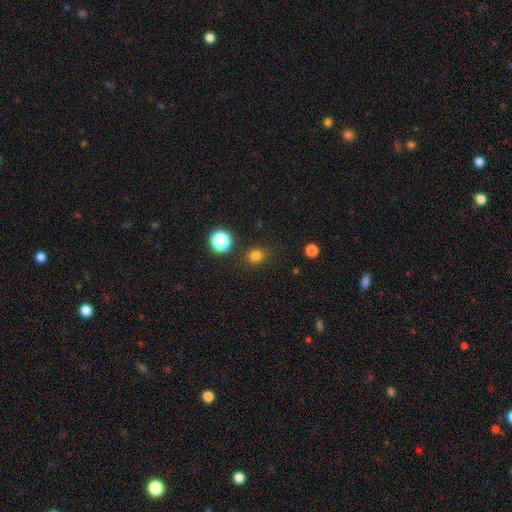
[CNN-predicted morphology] A smooth galaxy with no disk features (78%) that is round (79%). Merging: none (85%).